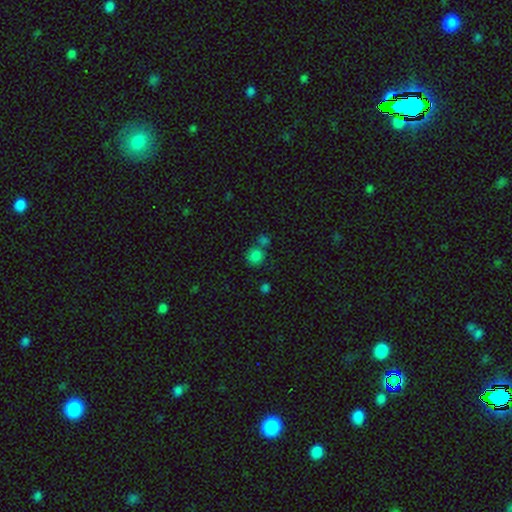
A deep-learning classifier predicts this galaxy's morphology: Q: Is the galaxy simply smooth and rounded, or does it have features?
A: smooth — 81%.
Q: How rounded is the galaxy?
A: round — 84%.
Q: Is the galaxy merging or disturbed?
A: none — 60%.